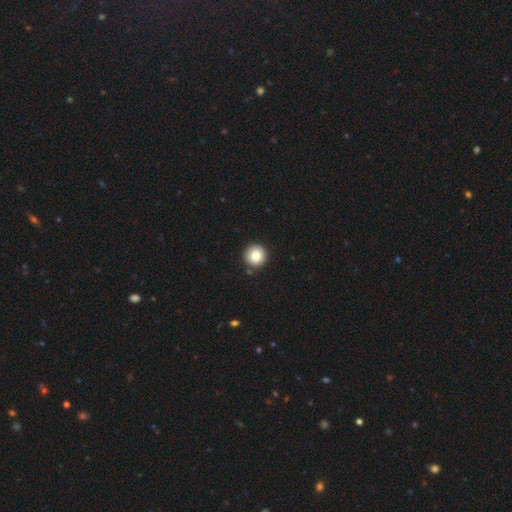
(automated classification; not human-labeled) Smooth or featured? Predicted: smooth (p=0.81). How rounded? Predicted: round (p=0.96). Merging? Predicted: none (p=0.90).